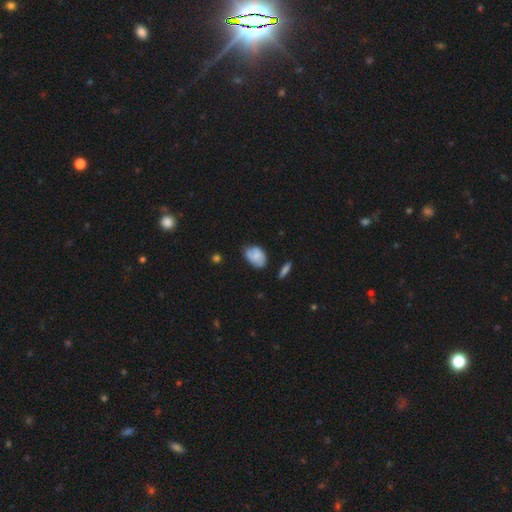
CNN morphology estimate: This is likely a smooth galaxy (66%). How rounded: clearly in between (82%). Merging: possibly none (57%).